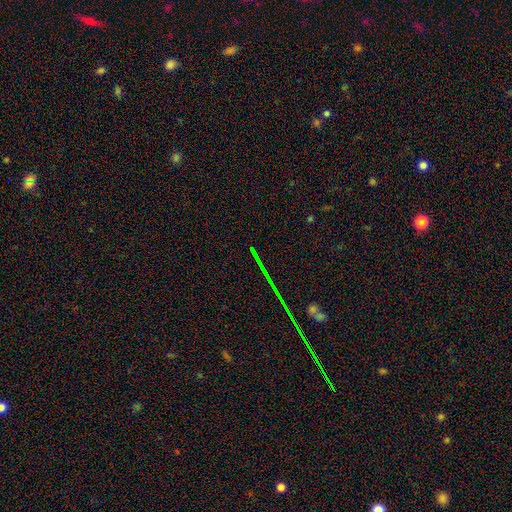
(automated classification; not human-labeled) Morphology: type=star or artifact (78%).